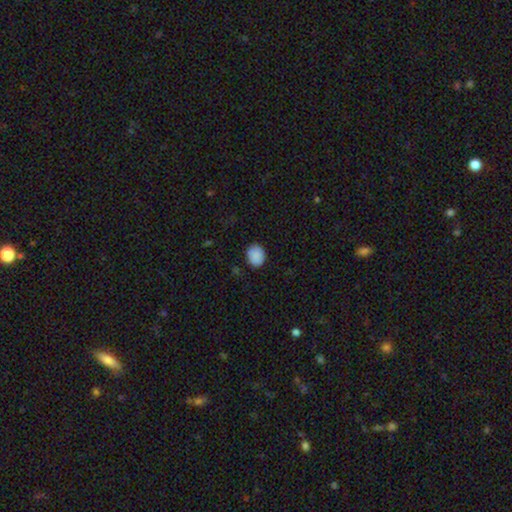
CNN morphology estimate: A smooth galaxy with no disk features (88%) that is round (61%).

Vote fractions:
- Smooth or featured? smooth: 88% / star or artifact: 7% / featured or disk: 4%
- How rounded? round: 61% / in between: 38% / cigar-shaped: 1%
- Merging? none: 85% / minor disturbance: 12% / major disturbance: 2% / merger: 1%